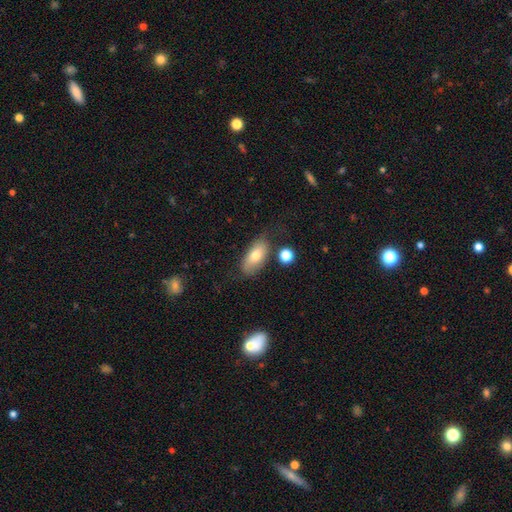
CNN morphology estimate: smooth 71%, featured or disk 21%, star or artifact 8%. Down the decision tree: how rounded — in between (89%); merging — none (69%).